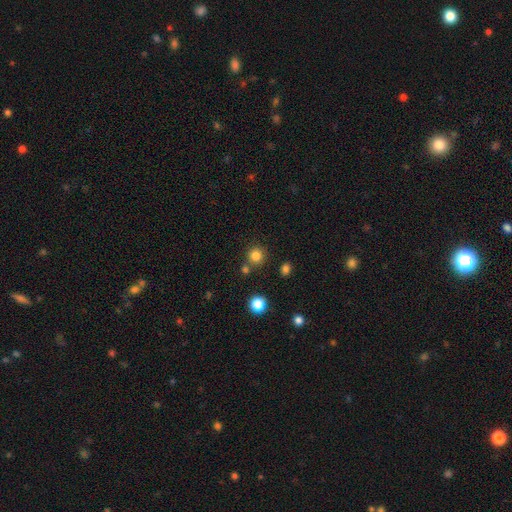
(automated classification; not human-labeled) A smooth galaxy with no disk features (81%) that is round (93%).

Vote fractions:
- Smooth or featured? smooth: 81% / star or artifact: 14% / featured or disk: 5%
- How rounded? round: 93% / in between: 6% / cigar-shaped: 1%
- Merging? none: 78% / merger: 11% / minor disturbance: 8% / major disturbance: 3%